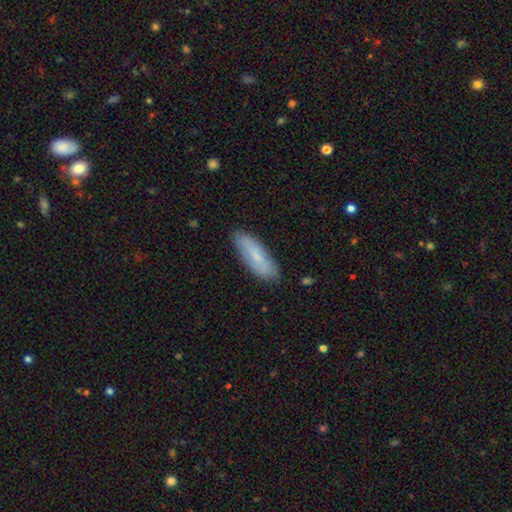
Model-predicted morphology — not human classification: A smooth galaxy with no disk features (69%) that is in between round and cigar-shaped (52%). Merging: none (85%).